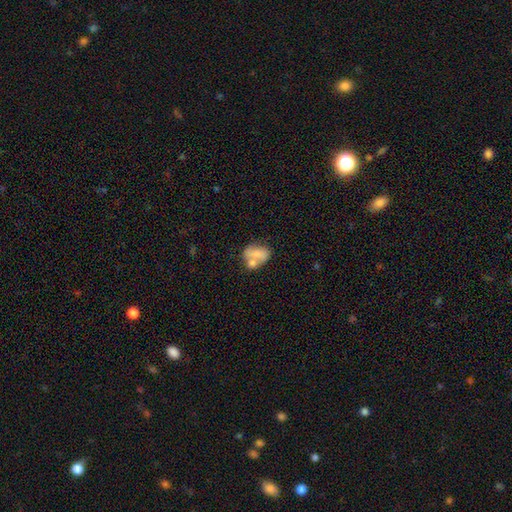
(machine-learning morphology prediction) Smooth or featured? smooth (64%)
How rounded? in between (74%)
Merging? merger (47%)